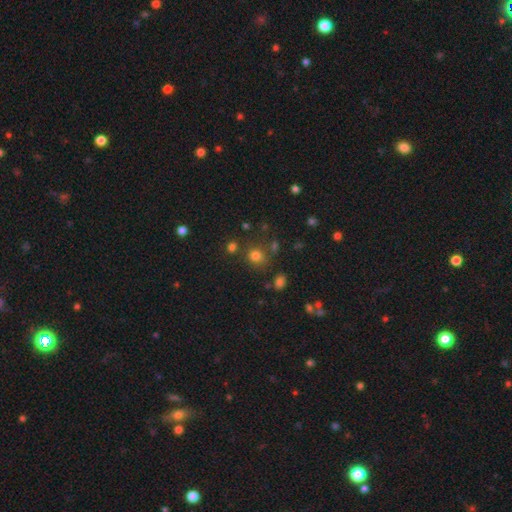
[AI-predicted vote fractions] Smooth or featured? smooth (75%)
How rounded? round (77%)
Merging? none (74%)